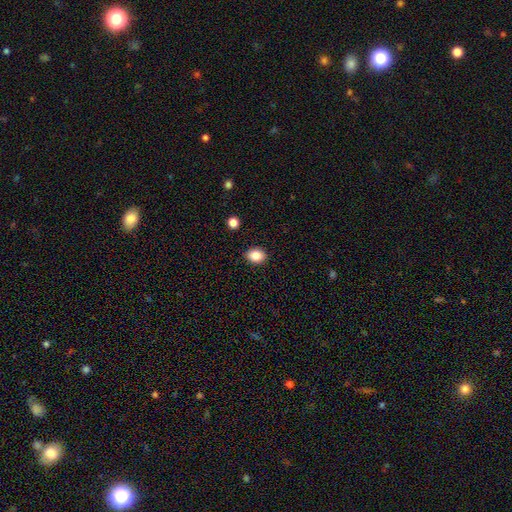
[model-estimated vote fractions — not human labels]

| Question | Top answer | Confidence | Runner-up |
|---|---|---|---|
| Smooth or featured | smooth | 86% | star or artifact (9%) |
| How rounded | in between | 62% | round (37%) |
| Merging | none | 89% | minor disturbance (8%) |